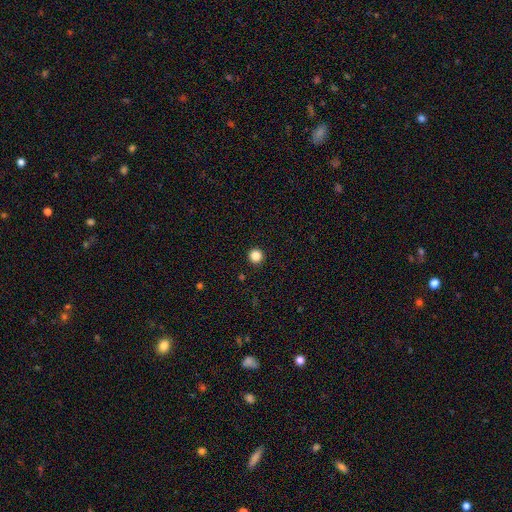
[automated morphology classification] Smooth or featured: smooth — 85% (star or artifact — 11%)
How rounded: round — 96% (in between — 3%)
Merging: none — 94% (minor disturbance — 4%)